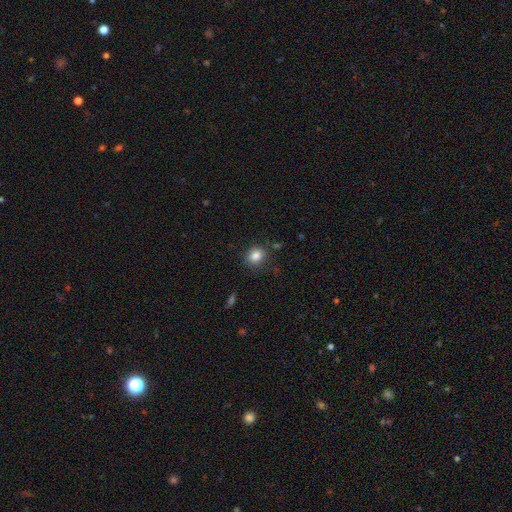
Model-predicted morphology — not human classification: smooth_or_featured: smooth (p=0.84) [alt: star or artifact p=0.10]
how_rounded: round (p=0.72) [alt: in between p=0.27]
merging: none (p=0.82) [alt: minor disturbance p=0.12]